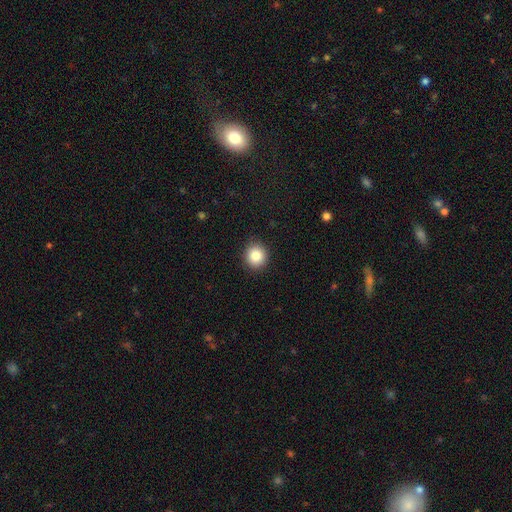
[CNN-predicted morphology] Overall: smooth (86%). How rounded: round (89%). Merging: none (91%).